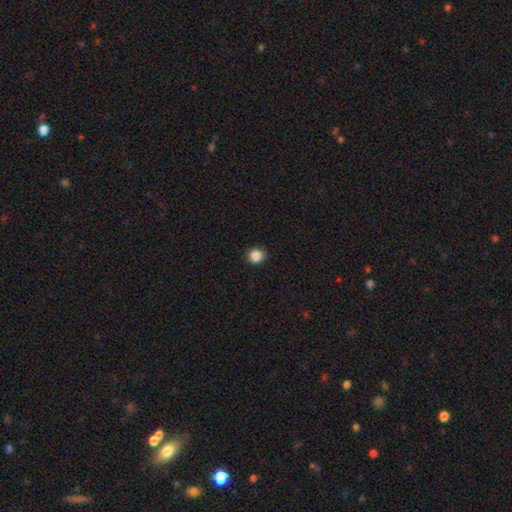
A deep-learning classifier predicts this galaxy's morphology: The model was most divided on "smooth or featured": smooth: 87%, star or artifact: 10%, featured or disk: 3%. More confident: merging — none (92%); how rounded — round (90%).